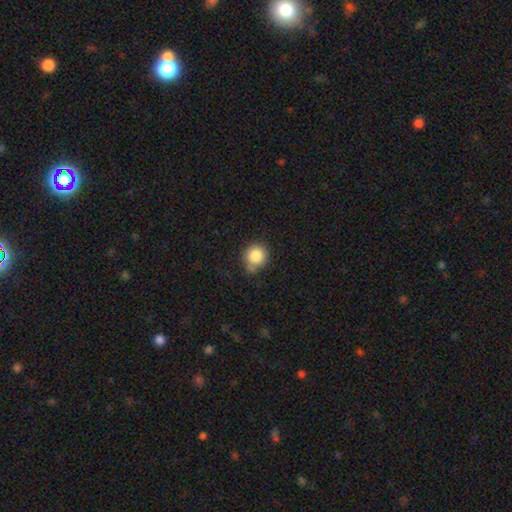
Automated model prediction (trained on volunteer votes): smooth 85%, star or artifact 9%, featured or disk 6%. Down the decision tree: how rounded — round (86%); merging — none (63%).